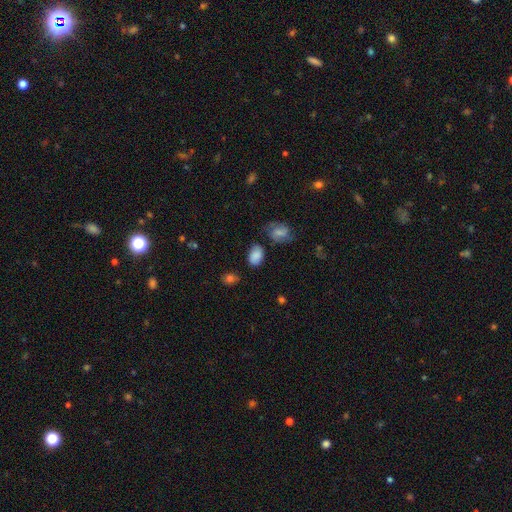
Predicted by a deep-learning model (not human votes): A smooth galaxy with no disk features (79%) that is in between round and cigar-shaped (86%).

Vote fractions:
- Smooth or featured? smooth: 79% / featured or disk: 11% / star or artifact: 10%
- How rounded? in between: 86% / round: 13% / cigar-shaped: 1%
- Merging? none: 67% / minor disturbance: 21% / major disturbance: 6% / merger: 6%